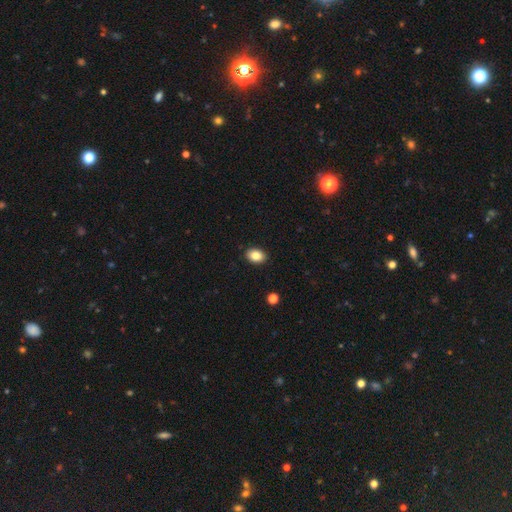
smooth_or_featured: smooth (p=0.84) [alt: featured or disk p=0.11]
how_rounded: in between (p=0.87) [alt: round p=0.13]
merging: none (p=0.80) [alt: minor disturbance p=0.17]